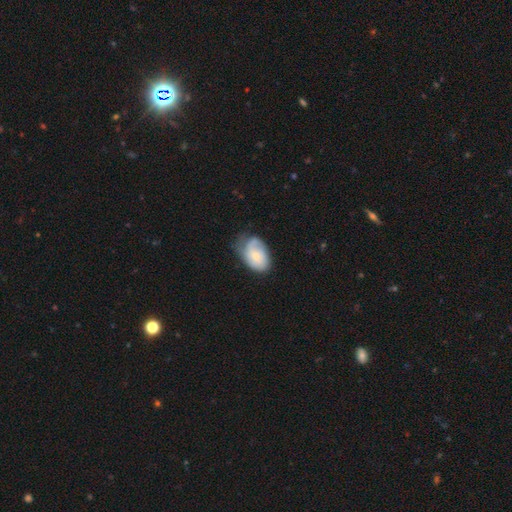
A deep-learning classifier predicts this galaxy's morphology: Smooth or featured? Predicted: smooth (p=0.53). How rounded? Predicted: in between (p=0.87). Merging? Predicted: none (p=0.44).